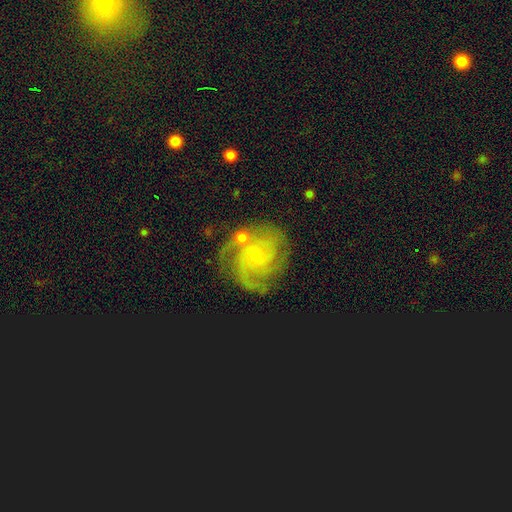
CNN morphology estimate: Overall: featured or disk (85%). Edge-on disk: no (98%). Bar: no (74%). Spiral arms: yes (97%). Spiral arm count: 3 (39%; 4 17%). Spiral winding: tight (56%; medium 37%). Bulge size: small (82%). Merging: none (68%).